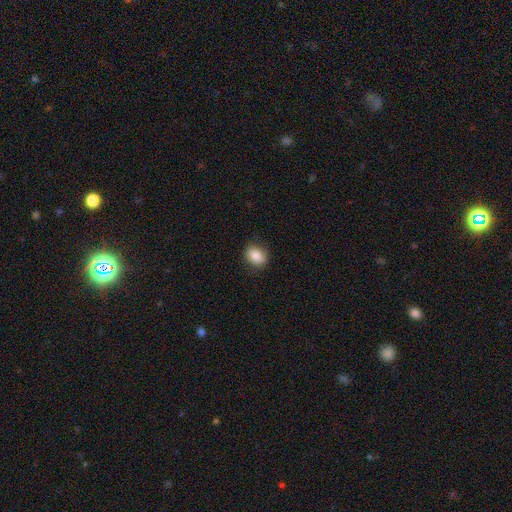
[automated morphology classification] This appears to be a smooth galaxy with no disk features (84%) that is in between round and cigar-shaped (58%). Merging: none (84%).